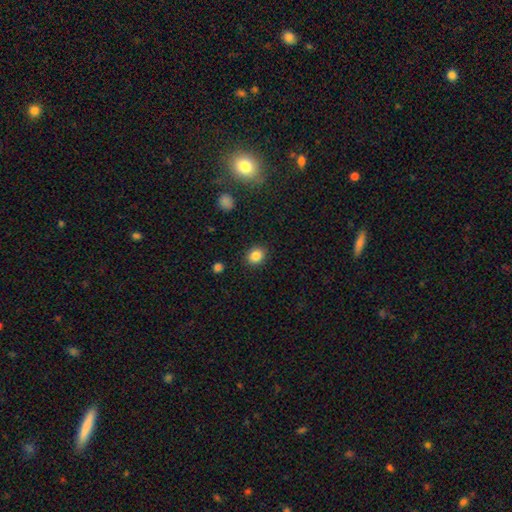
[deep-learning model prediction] Morphology: type=smooth (85%); roundness=round (62%); merging=none (89%).